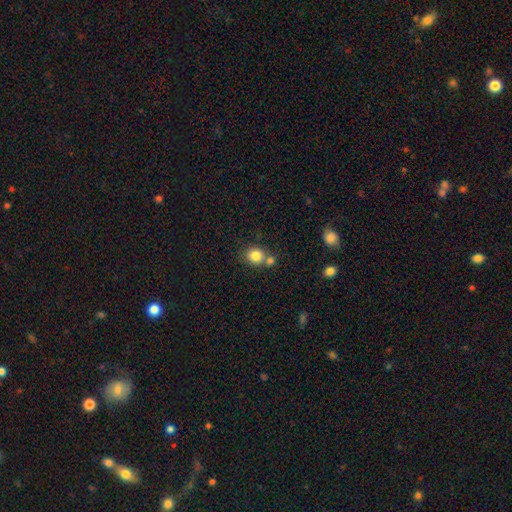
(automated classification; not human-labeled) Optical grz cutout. It shows a smooth galaxy with no disk features (83%) that is round (74%). Merging: none (55%).